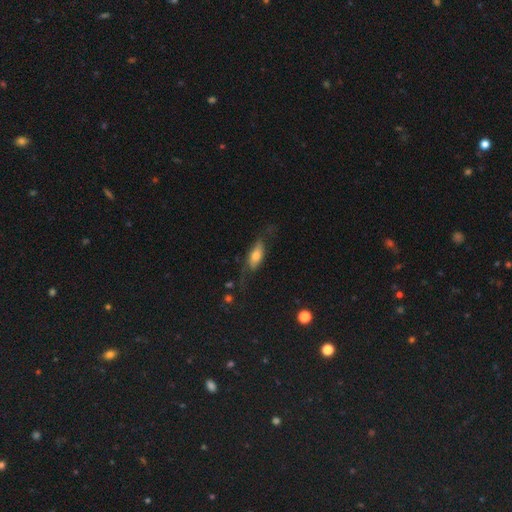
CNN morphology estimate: A smooth galaxy with no disk features (52%) that is in between round and cigar-shaped (67%).

Vote fractions:
- Smooth or featured? smooth: 52% / featured or disk: 39% / star or artifact: 9%
- How rounded? in between: 67% / cigar-shaped: 29% / round: 4%
- Merging? none: 50% / minor disturbance: 25% / major disturbance: 22% / merger: 3%